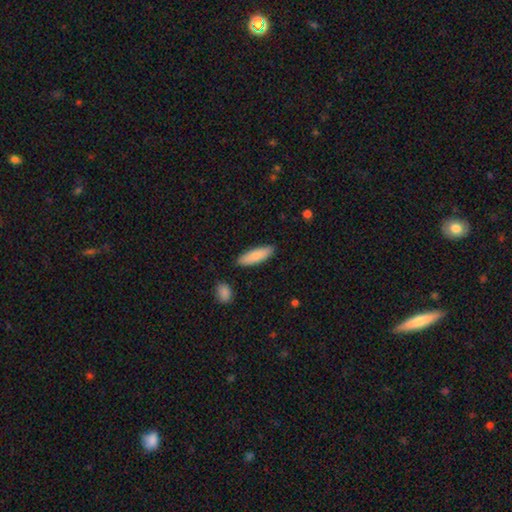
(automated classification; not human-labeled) smooth-or-featured: smooth: 83% | featured or disk: 11% | star or artifact: 6%
  how-rounded: cigar-shaped: 51% | in between: 47% | round: 2%
  merging: none: 87% | minor disturbance: 9% | merger: 2% | major disturbance: 2%